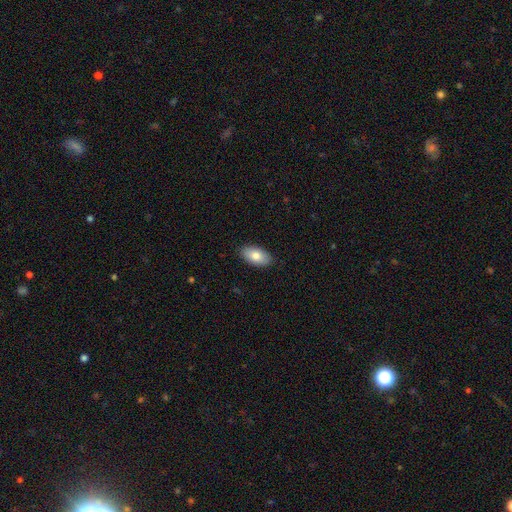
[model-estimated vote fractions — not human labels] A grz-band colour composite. It shows a smooth galaxy with no disk features (80%) that is in between round and cigar-shaped (94%). Merging: none (88%).